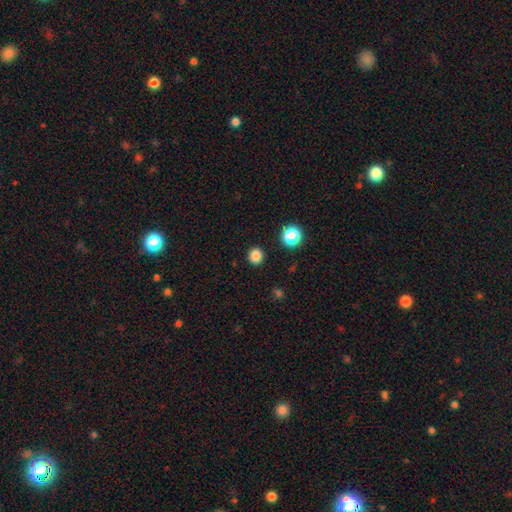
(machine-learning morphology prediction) A smooth galaxy with no disk features (83%) that is round (86%). Merging: none (91%).